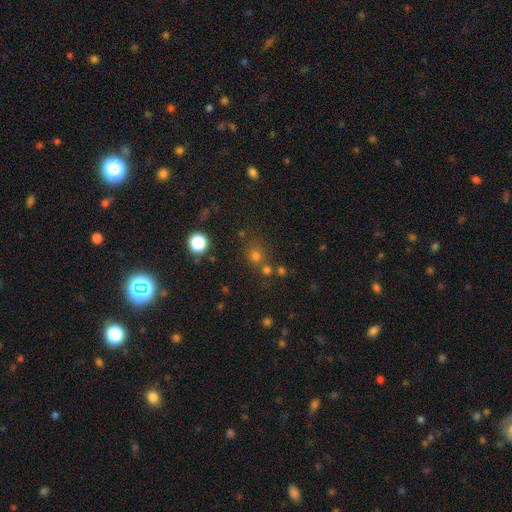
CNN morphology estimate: This appears to be a smooth galaxy with no disk features (61%) that is round (86%). Merging: none (68%).